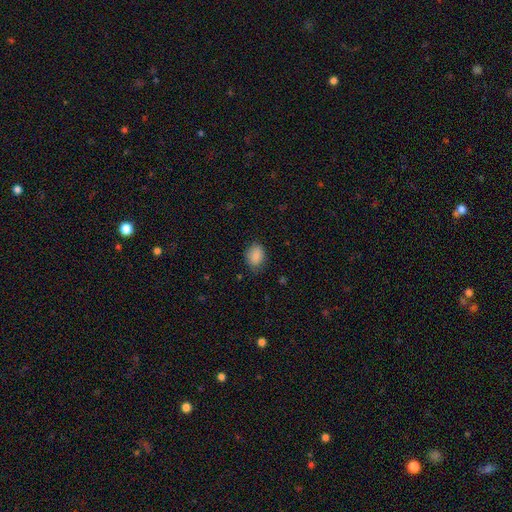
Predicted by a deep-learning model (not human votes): smooth_or_featured: smooth (p=0.88) [alt: star or artifact p=0.08]
how_rounded: in between (p=0.69) [alt: round p=0.30]
merging: none (p=0.75) [alt: minor disturbance p=0.20]